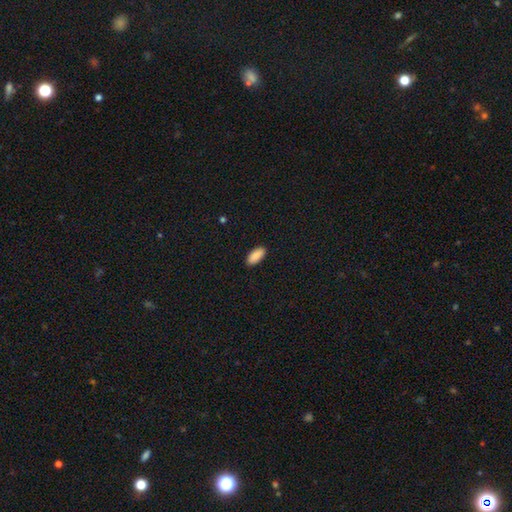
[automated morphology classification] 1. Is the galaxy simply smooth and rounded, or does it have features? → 90% smooth, 6% star or artifact, 4% featured or disk.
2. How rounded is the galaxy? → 90% in between, 9% cigar-shaped, 2% round.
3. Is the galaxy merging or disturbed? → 90% none, 7% minor disturbance, 2% major disturbance, 1% merger.